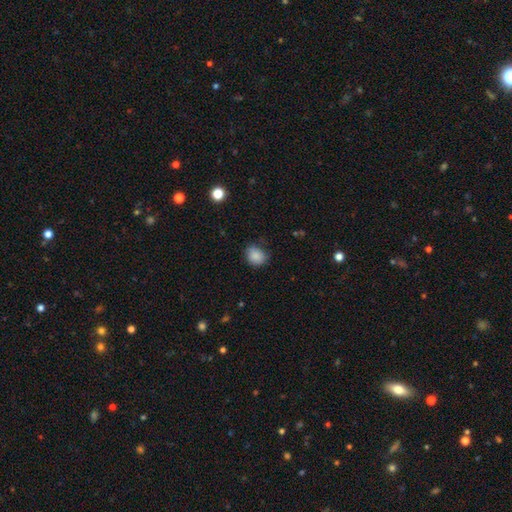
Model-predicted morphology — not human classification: type=smooth (86%); roundness=round (62%); merging=none (71%).